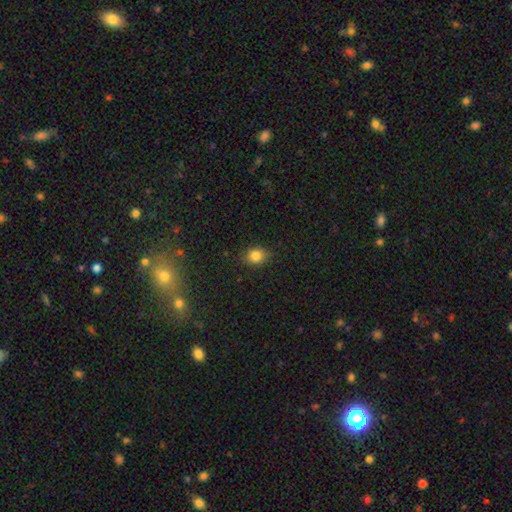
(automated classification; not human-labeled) Morphology: type=smooth (83%); roundness=round (61%); merging=none (85%).